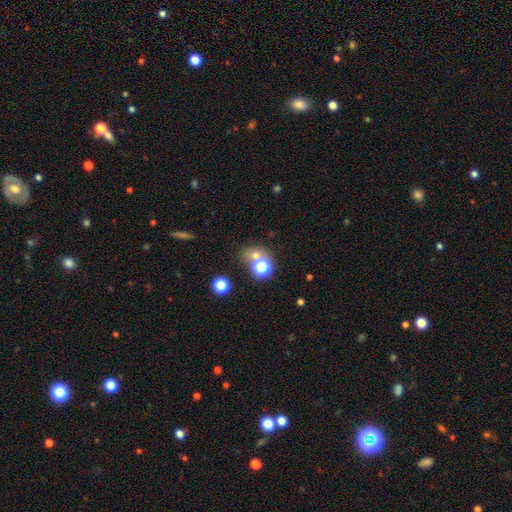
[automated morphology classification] This appears to be a smooth galaxy with no disk features (61%) that is round (72%). Merging: none (55%).